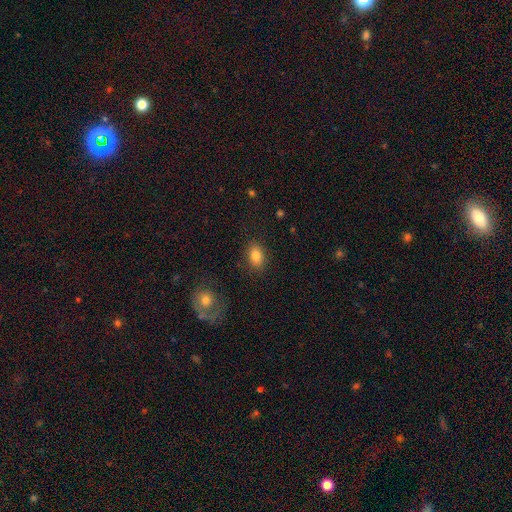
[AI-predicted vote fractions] A smooth galaxy with no disk features (82%) that is in between round and cigar-shaped (77%).

Vote fractions:
- Smooth or featured? smooth: 82% / star or artifact: 9% / featured or disk: 9%
- How rounded? in between: 77% / round: 22% / cigar-shaped: 1%
- Merging? none: 86% / minor disturbance: 9% / major disturbance: 3% / merger: 2%